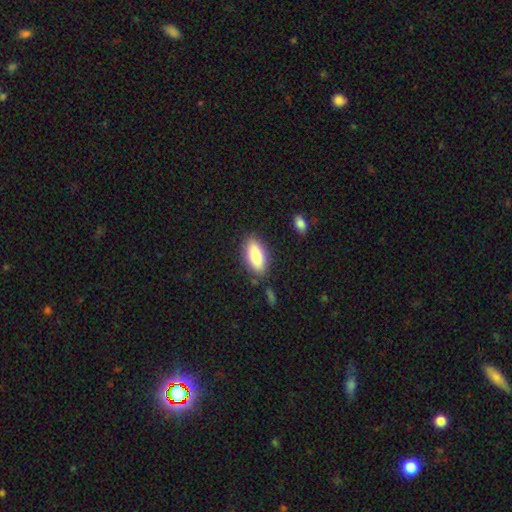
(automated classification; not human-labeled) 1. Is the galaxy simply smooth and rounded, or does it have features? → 80% smooth, 13% featured or disk, 7% star or artifact.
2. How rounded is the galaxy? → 82% in between, 16% cigar-shaped, 2% round.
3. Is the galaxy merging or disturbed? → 82% none, 11% minor disturbance, 3% merger, 3% major disturbance.